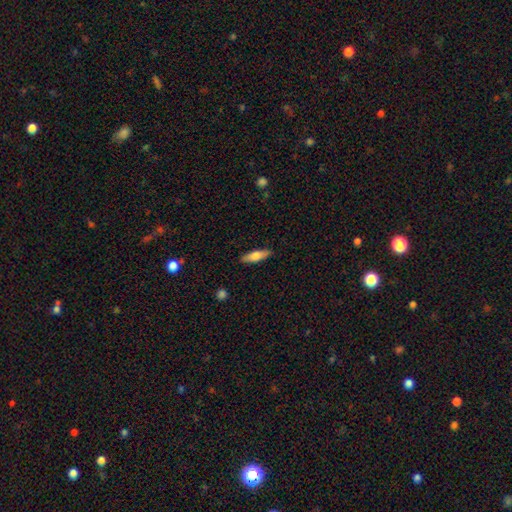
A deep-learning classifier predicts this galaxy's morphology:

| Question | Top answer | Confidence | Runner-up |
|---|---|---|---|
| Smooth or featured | smooth | 70% | featured or disk (24%) |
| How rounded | cigar-shaped | 59% | in between (39%) |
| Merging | none | 88% | minor disturbance (9%) |